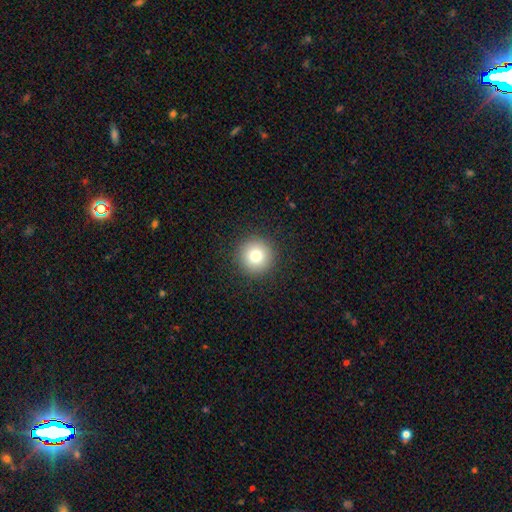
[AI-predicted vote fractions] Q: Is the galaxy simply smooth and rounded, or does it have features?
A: smooth — 79%.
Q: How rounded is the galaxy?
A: round — 96%.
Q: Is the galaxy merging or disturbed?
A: none — 92%.